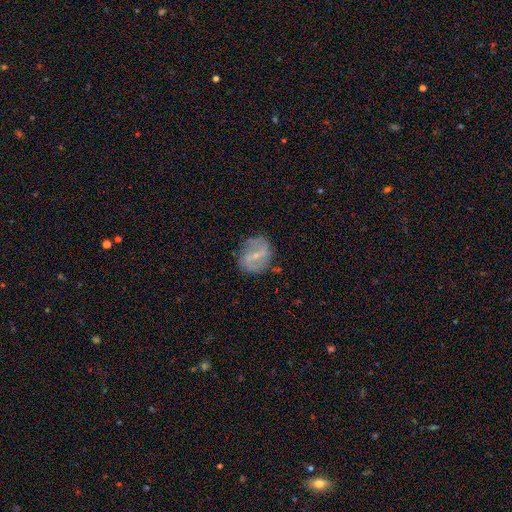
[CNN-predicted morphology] Smooth or featured? featured or disk (67%)
Edge-on disk? no (96%)
Bar? weak (48%)
Spiral arms? yes (75%)
Bulge size? small (68%)
Merging? none (74%)